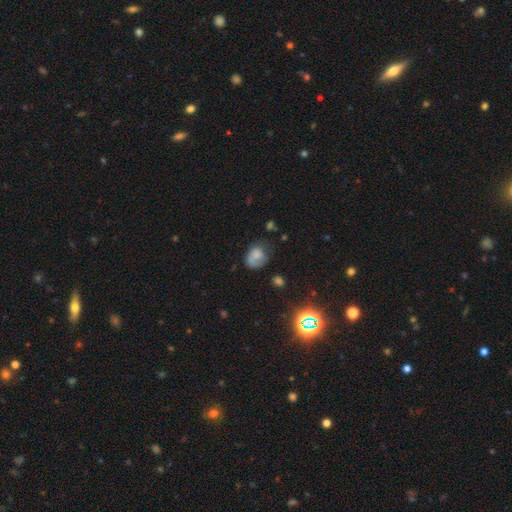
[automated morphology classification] A smooth galaxy with no disk features (60%) that is in between round and cigar-shaped (55%). Merging: none (42%).